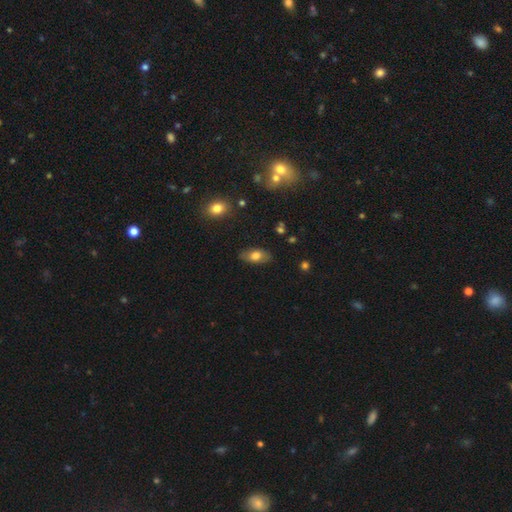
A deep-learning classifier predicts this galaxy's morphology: Smooth or featured? smooth (72%)
How rounded? in between (90%)
Merging? none (82%)